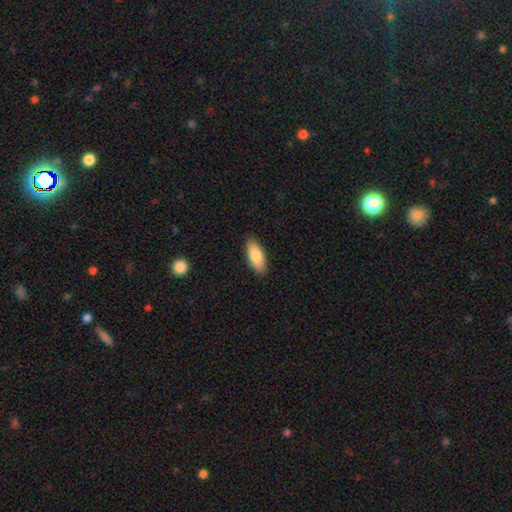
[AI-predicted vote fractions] Smooth or featured? smooth (84%)
How rounded? in between (82%)
Merging? none (88%)